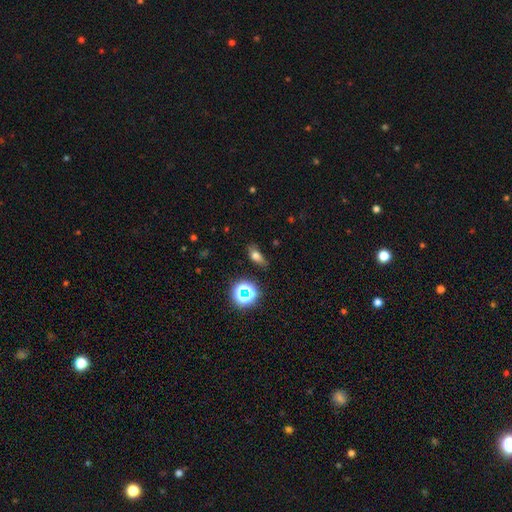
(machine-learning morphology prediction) smooth 67%, star or artifact 19%, featured or disk 13%. Down the decision tree: how rounded — in between (72%); merging — none (68%).